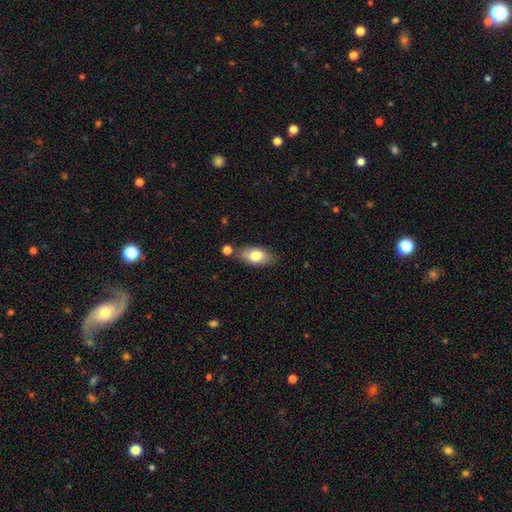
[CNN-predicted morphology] Overall: smooth (76%). How rounded: in between (88%). Merging: none (71%).